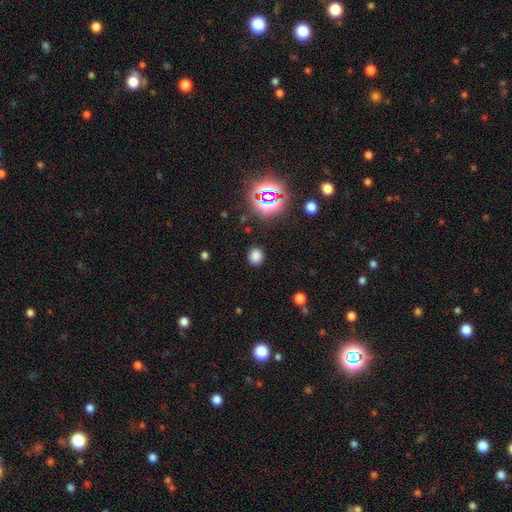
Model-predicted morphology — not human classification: Smooth or featured? smooth (75%)
How rounded? round (80%)
Merging? none (88%)